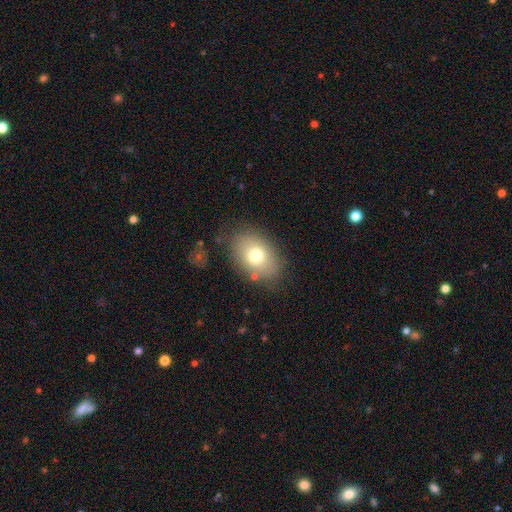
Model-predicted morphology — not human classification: This is likely a smooth galaxy (73%). How rounded: likely in between (76%). Merging: likely none (78%).